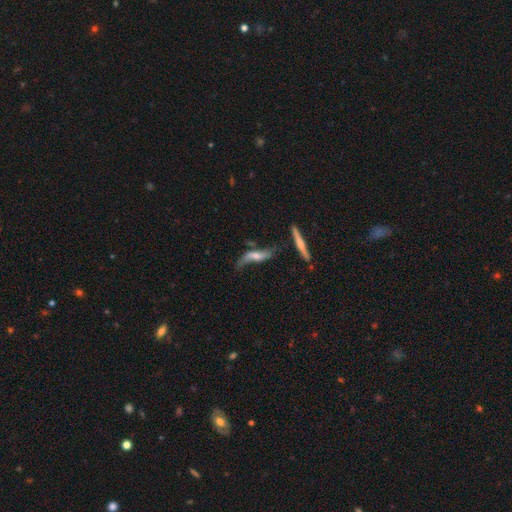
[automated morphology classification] Smooth or featured? Predicted: featured or disk (p=0.63). Edge-on disk? Predicted: no (p=0.56). Merging? Predicted: none (p=0.39).